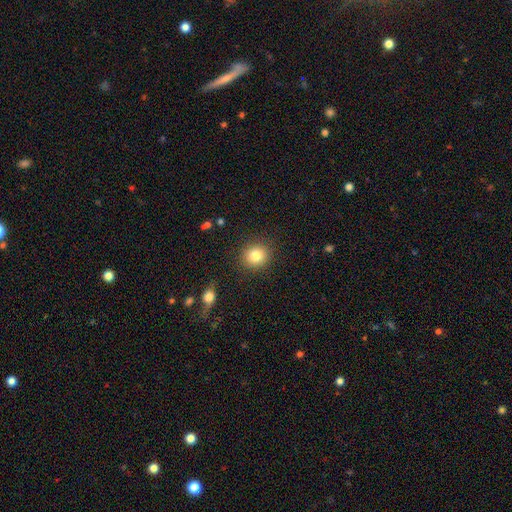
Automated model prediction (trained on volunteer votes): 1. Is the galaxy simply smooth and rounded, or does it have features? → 83% smooth, 10% star or artifact, 7% featured or disk.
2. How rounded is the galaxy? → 84% round, 15% in between, 1% cigar-shaped.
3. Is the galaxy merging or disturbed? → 89% none, 7% minor disturbance, 3% major disturbance, 1% merger.